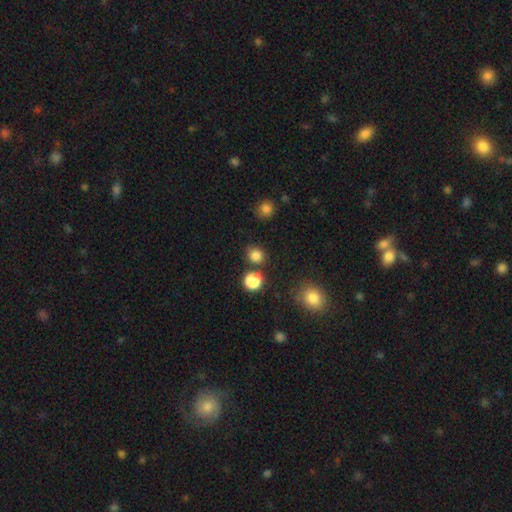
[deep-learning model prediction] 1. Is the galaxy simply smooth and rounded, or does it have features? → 80% smooth, 16% star or artifact, 4% featured or disk.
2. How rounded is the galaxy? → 82% round, 17% in between, 1% cigar-shaped.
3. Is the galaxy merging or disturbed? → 79% none, 10% minor disturbance, 8% merger, 3% major disturbance.